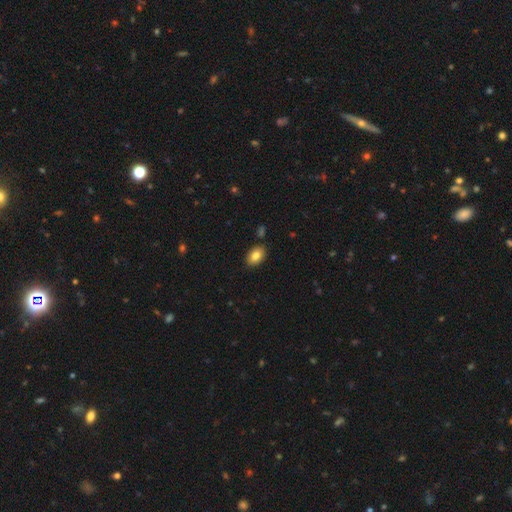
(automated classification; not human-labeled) Q: Smooth or featured?
A: smooth (82%); runner-up: featured or disk (10%)
Q: How rounded?
A: in between (87%); runner-up: round (12%)
Q: Merging?
A: none (86%); runner-up: minor disturbance (9%)